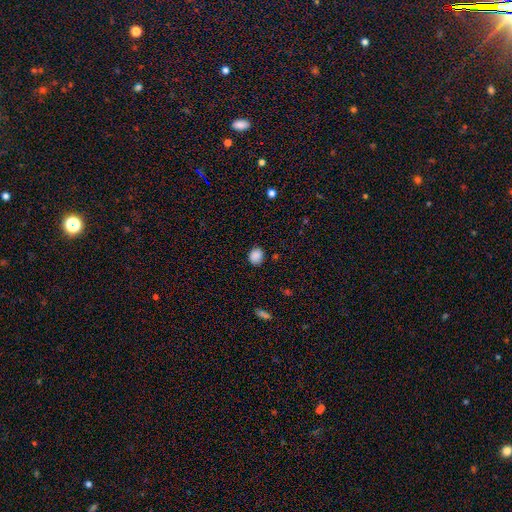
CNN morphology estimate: smooth 87%, star or artifact 10%, featured or disk 3%. Down the decision tree: how rounded — round (67%); merging — none (83%).